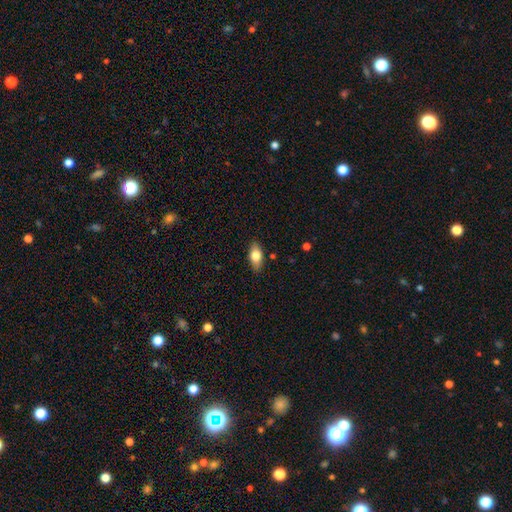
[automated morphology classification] Smooth or featured? smooth (74%)
How rounded? in between (86%)
Merging? none (86%)